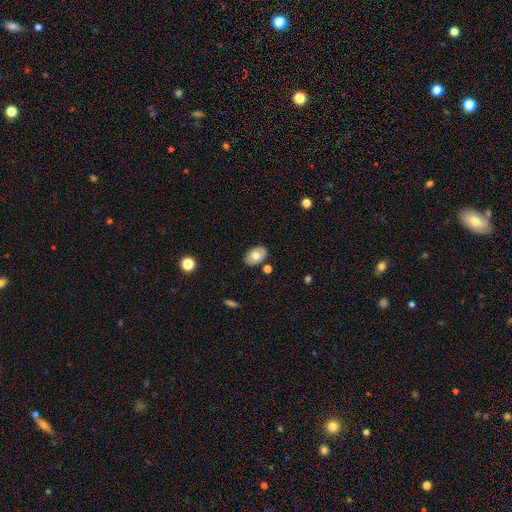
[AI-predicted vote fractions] smooth 62%, featured or disk 30%, star or artifact 7%. Down the decision tree: how rounded — in between (86%); merging — none (83%).